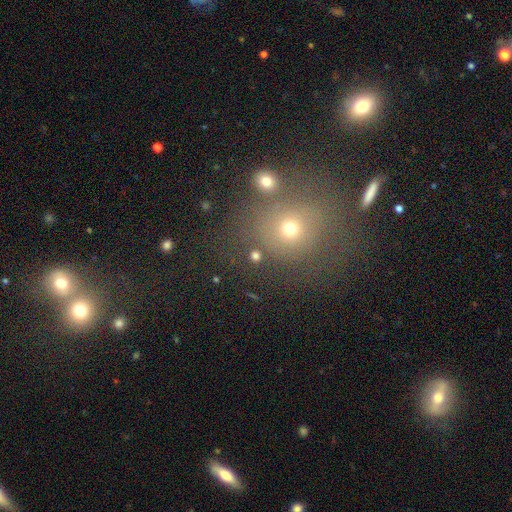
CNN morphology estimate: The model was most divided on "smooth or featured": smooth: 68%, star or artifact: 23%, featured or disk: 8%. More confident: how rounded — round (87%); merging — none (79%).